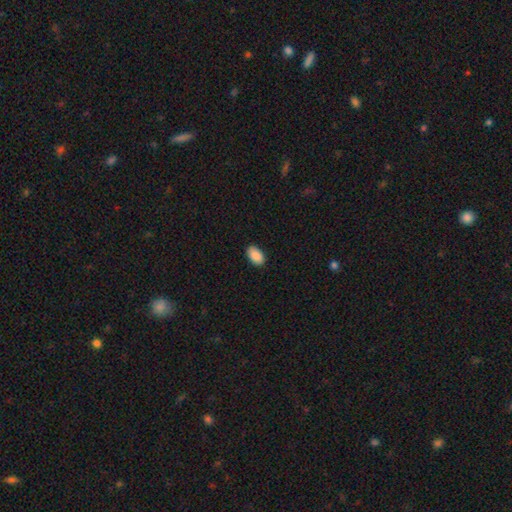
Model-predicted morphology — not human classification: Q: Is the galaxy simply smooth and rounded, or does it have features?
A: smooth — 90%.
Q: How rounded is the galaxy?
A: in between — 94%.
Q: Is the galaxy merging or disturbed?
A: none — 89%.